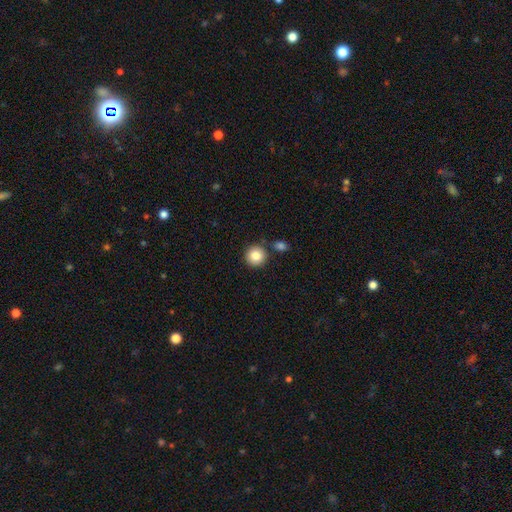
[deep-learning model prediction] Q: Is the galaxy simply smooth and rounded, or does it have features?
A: smooth — 85%.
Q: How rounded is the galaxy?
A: round — 94%.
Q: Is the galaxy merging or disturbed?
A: none — 83%.